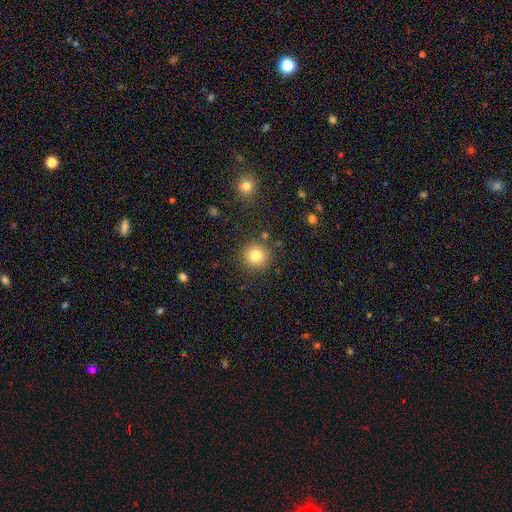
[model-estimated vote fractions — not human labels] Smooth or featured? smooth (81%)
How rounded? round (93%)
Merging? none (87%)